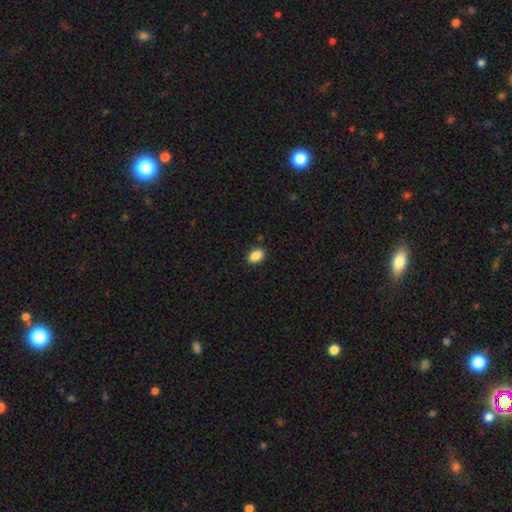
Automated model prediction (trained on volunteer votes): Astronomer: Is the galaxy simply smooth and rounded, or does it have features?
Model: smooth — 89%.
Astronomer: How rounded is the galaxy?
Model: in between — 86%.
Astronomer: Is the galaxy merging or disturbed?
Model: none — 87%.